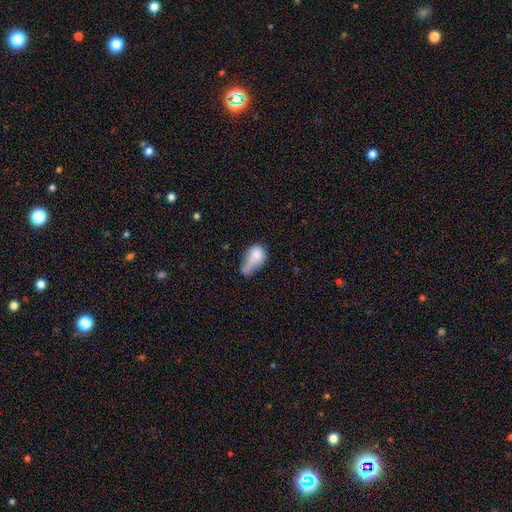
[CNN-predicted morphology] Smooth or featured: smooth — 74% (featured or disk — 17%)
How rounded: in between — 78% (round — 18%)
Merging: minor disturbance — 28% (major disturbance — 27%)